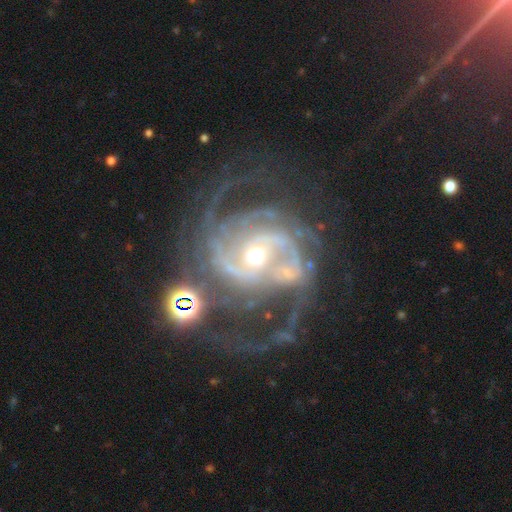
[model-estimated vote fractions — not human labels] Morphology: type=featured or disk (90%); edge-on=no (98%); bar=no (46%); spiral arms=yes (97%); winding=medium (47%); arm count=2 (39%); bulge=small (47%, tied with moderate); merging=none (55%).